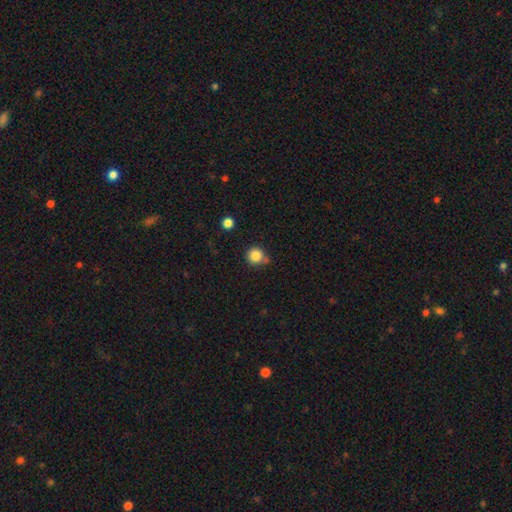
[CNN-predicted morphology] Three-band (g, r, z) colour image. It shows a smooth galaxy with no disk features (84%) that is round (92%). Merging: none (68%).